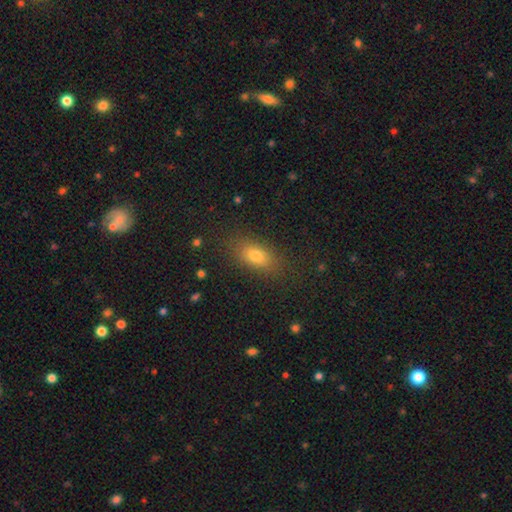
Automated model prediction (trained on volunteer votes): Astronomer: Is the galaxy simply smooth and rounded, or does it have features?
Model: smooth — 77%.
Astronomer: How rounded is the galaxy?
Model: in between — 81%.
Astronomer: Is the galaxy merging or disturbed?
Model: none — 84%.